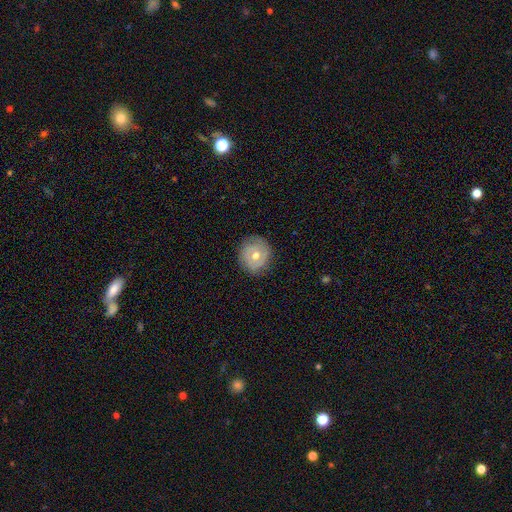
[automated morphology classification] Smooth or featured?
  - featured or disk: 56% *
  - smooth: 36%
  - star or artifact: 9%
Edge-on disk?
  - no: 96% *
  - yes: 4%
Bar?
  - no: 73% *
  - weak: 22%
  - strong: 5%
Spiral arms?
  - yes: 66% *
  - no: 34%
Bulge size?
  - moderate: 75% *
  - small: 20%
  - large: 3%
  - none: 1%
  - dominant: 1%
Merging?
  - none: 82% *
  - minor disturbance: 13%
  - major disturbance: 4%
  - merger: 1%